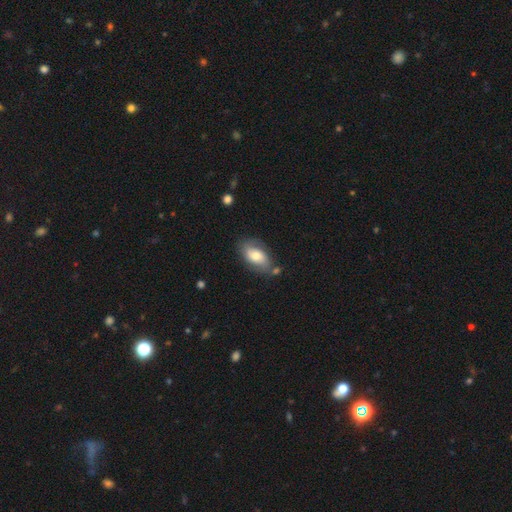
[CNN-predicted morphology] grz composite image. It shows a smooth galaxy with no disk features (61%) that is in between round and cigar-shaped (91%). Merging: none (66%).